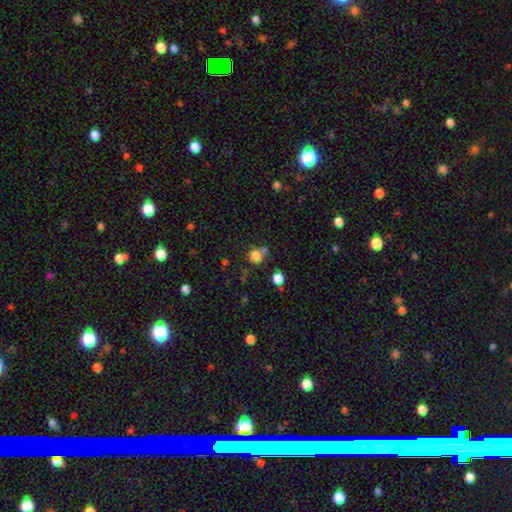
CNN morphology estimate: A smooth galaxy with no disk features (80%) that is round (88%). Merging: none (66%).